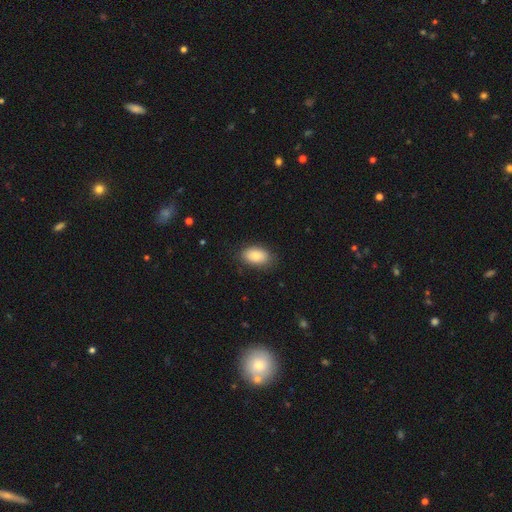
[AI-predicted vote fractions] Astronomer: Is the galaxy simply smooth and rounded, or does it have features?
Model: smooth — 83%.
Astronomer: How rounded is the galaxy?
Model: in between — 91%.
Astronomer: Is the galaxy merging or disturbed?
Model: none — 82%.